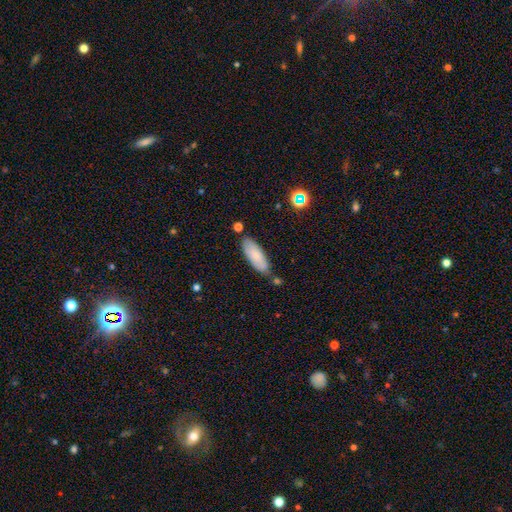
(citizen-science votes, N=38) Smooth or featured? 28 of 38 (74%) said smooth. How rounded? 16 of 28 (57%) said in between. Merging? 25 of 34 (74%) said none.